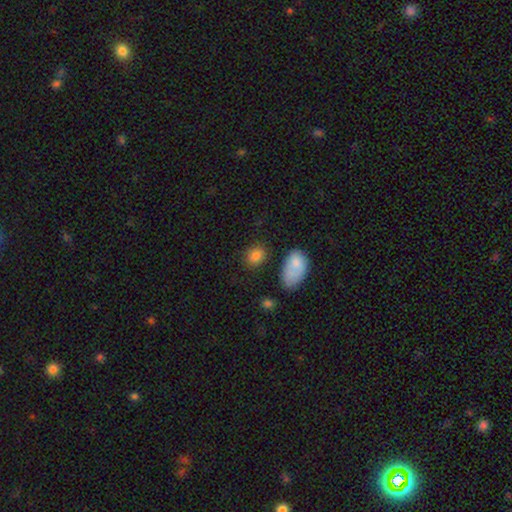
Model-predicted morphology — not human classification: Overall: smooth (84%). How rounded: in between (61%; round 38%). Merging: none (76%).